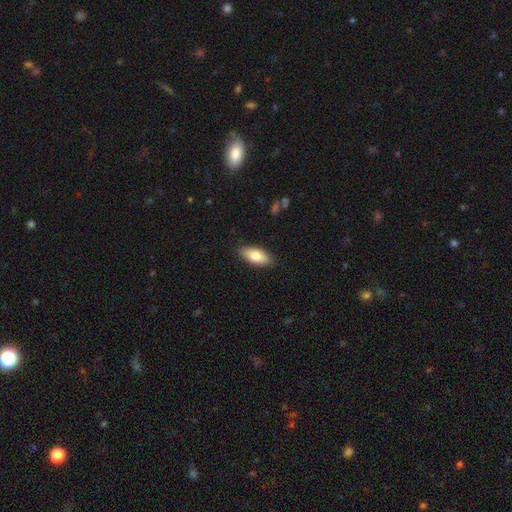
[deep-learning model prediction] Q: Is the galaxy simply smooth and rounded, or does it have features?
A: smooth — 76%.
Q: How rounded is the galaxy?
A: in between — 85%.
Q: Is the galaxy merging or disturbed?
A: none — 87%.